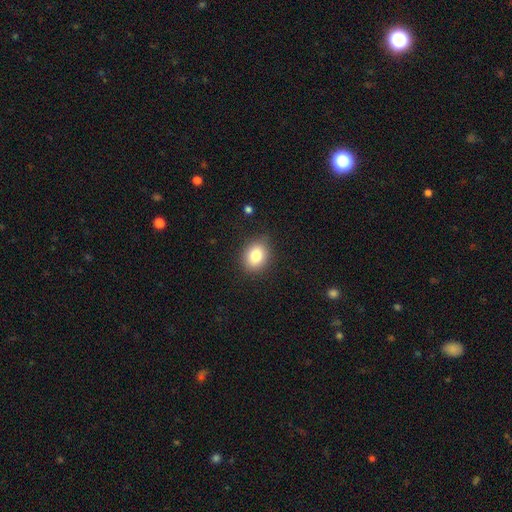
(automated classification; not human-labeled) smooth_or_featured: smooth (p=0.82) [alt: star or artifact p=0.10]
how_rounded: round (p=0.52) [alt: in between p=0.47]
merging: none (p=0.83) [alt: minor disturbance p=0.13]